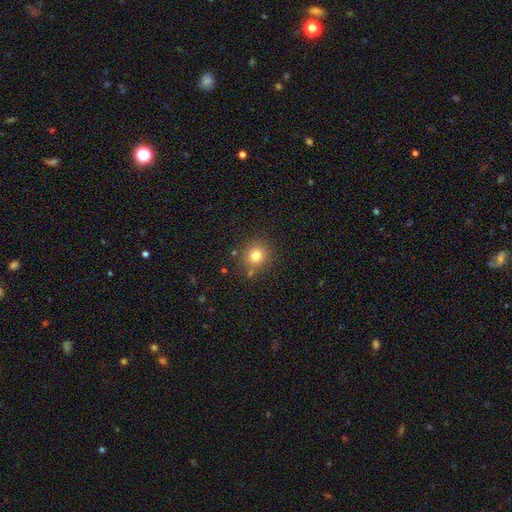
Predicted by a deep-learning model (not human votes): This is likely a smooth galaxy (79%). How rounded: clearly round (89%). Merging: clearly none (83%).